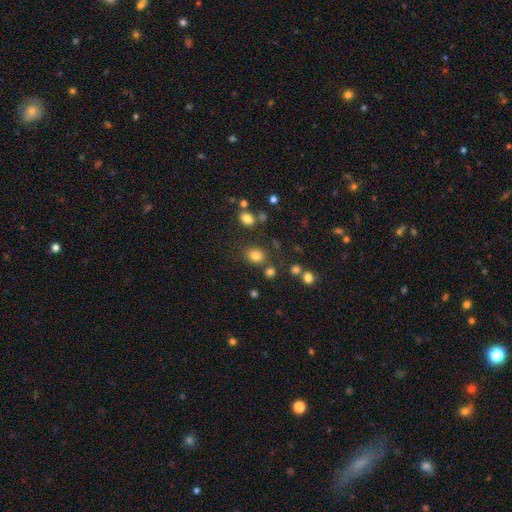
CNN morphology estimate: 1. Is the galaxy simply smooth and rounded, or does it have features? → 81% smooth, 13% star or artifact, 6% featured or disk.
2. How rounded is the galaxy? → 53% round, 46% in between, 1% cigar-shaped.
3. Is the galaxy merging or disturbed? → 75% none, 12% minor disturbance, 8% merger, 4% major disturbance.